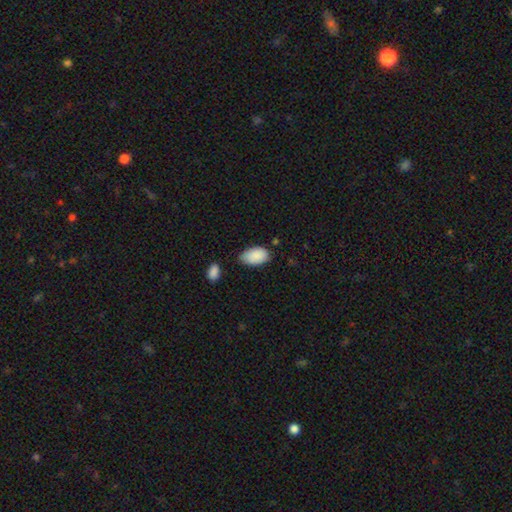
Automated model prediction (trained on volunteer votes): Smooth or featured? Predicted: smooth (p=0.89). How rounded? Predicted: in between (p=0.94). Merging? Predicted: none (p=0.66).